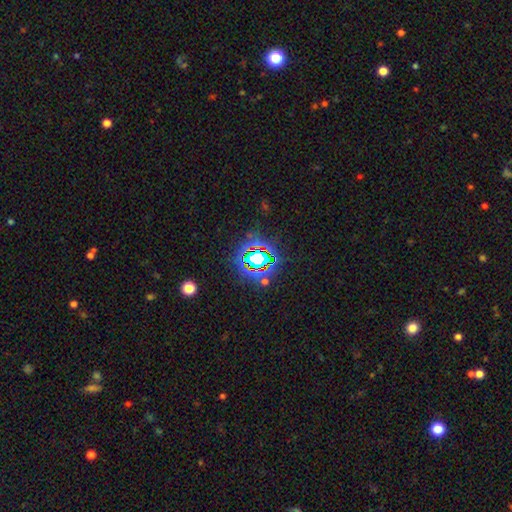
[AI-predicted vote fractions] This appears to be a star or artifact, not a galaxy (71%).